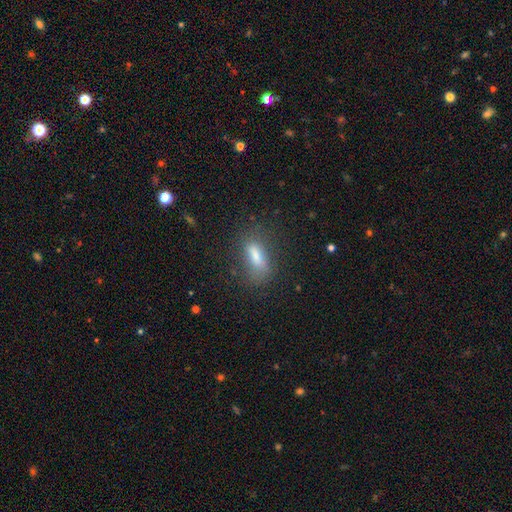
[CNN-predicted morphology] A smooth galaxy with no disk features (68%) that is in between round and cigar-shaped (56%).

Vote fractions:
- Smooth or featured? smooth: 68% / featured or disk: 20% / star or artifact: 12%
- How rounded? in between: 56% / cigar-shaped: 40% / round: 4%
- Merging? none: 66% / minor disturbance: 19% / major disturbance: 12% / merger: 3%